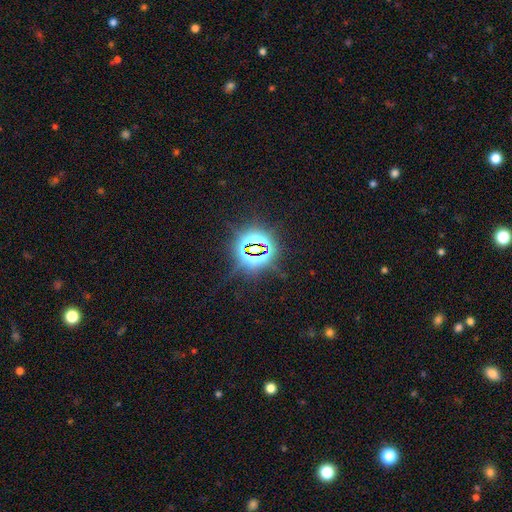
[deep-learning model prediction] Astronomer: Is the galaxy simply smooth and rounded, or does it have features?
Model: star or artifact — 82%.